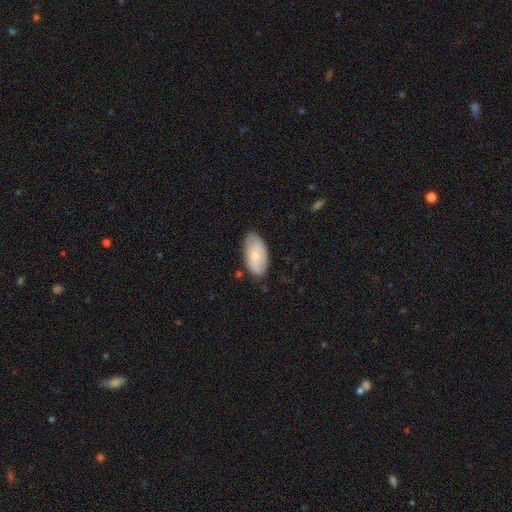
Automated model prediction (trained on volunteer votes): A smooth galaxy with no disk features (65%) that is in between round and cigar-shaped (94%).

Vote fractions:
- Smooth or featured? smooth: 65% / featured or disk: 29% / star or artifact: 6%
- How rounded? in between: 94% / cigar-shaped: 3% / round: 3%
- Merging? none: 72% / minor disturbance: 22% / major disturbance: 4% / merger: 2%